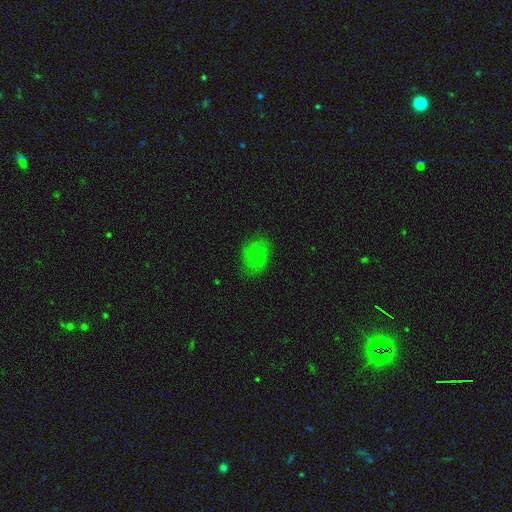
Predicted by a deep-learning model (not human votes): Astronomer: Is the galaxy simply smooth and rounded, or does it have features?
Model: smooth — 68%.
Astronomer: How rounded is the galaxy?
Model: in between — 76%.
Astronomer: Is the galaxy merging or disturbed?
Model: none — 68%.